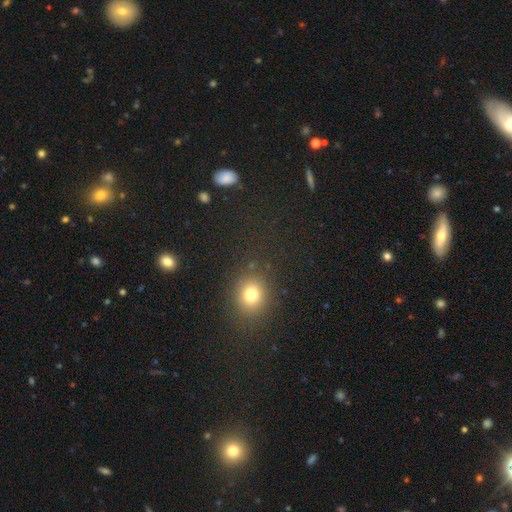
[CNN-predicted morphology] Overall: smooth (60%; star or artifact 33%). How rounded: round (68%; in between 29%). Merging: none (86%).